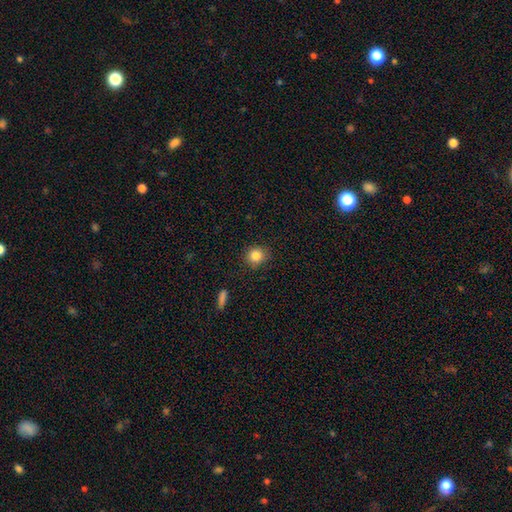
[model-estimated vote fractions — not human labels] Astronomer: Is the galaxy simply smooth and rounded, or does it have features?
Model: smooth — 83%.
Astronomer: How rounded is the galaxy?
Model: round — 86%.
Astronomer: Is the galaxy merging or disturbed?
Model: none — 87%.